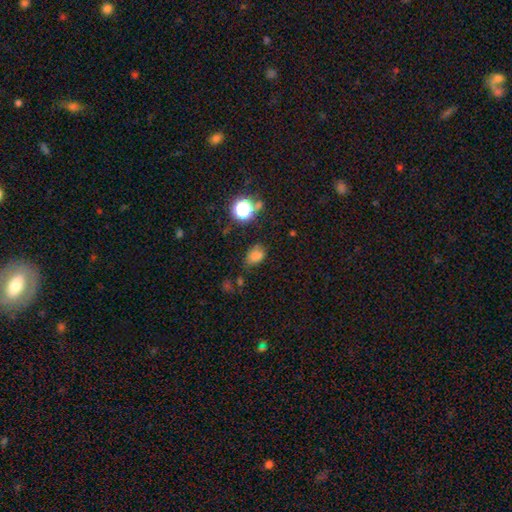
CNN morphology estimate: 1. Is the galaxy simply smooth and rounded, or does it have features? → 75% smooth, 18% star or artifact, 7% featured or disk.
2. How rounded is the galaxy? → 67% in between, 32% round, 1% cigar-shaped.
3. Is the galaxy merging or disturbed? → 63% none, 24% minor disturbance, 8% major disturbance, 5% merger.